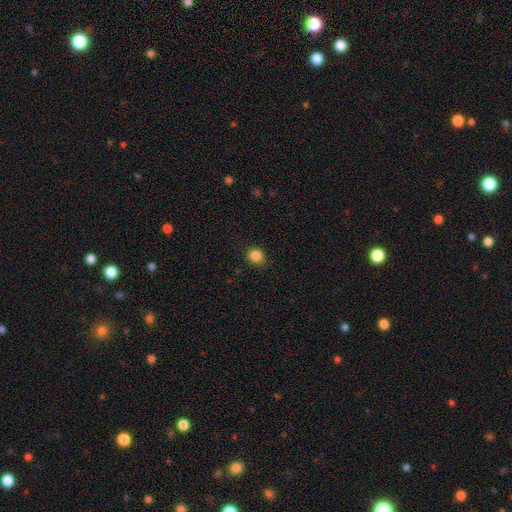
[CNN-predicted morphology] Overall: smooth (86%). How rounded: round (85%). Merging: none (89%).